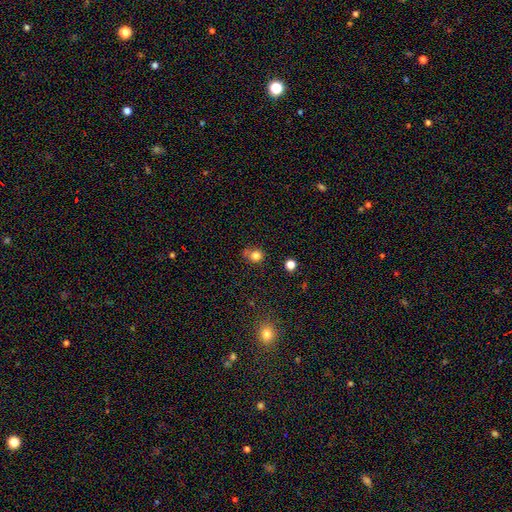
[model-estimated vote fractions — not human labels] Smooth or featured? smooth (79%)
How rounded? round (78%)
Merging? none (61%)